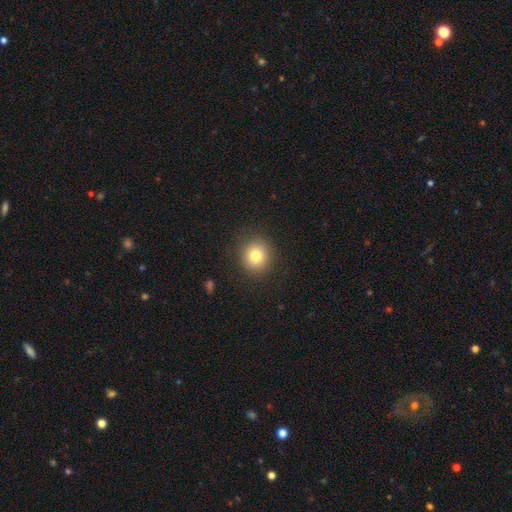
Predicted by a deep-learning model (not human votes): A smooth galaxy with no disk features (80%) that is round (87%). Merging: none (89%).